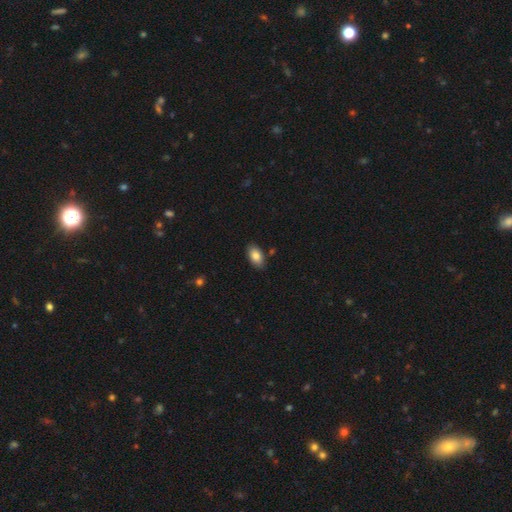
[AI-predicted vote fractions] This appears to be a smooth galaxy with no disk features (84%) that is in between round and cigar-shaped (93%). Merging: none (84%).